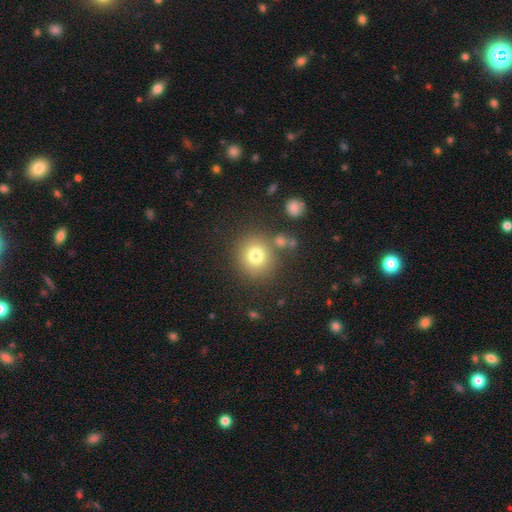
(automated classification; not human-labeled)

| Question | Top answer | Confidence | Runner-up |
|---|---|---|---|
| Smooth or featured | smooth | 76% | star or artifact (13%) |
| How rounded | round | 88% | in between (11%) |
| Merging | none | 79% | minor disturbance (9%) |